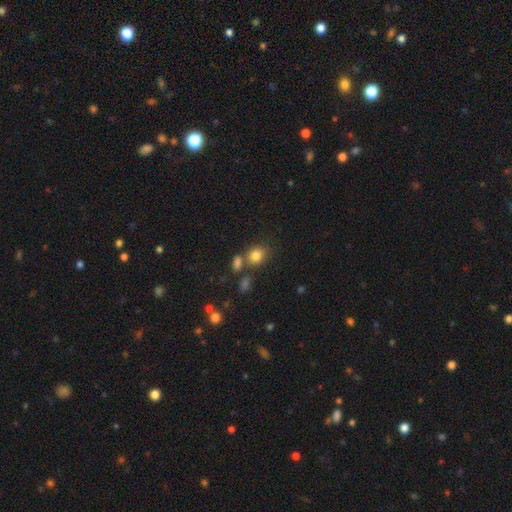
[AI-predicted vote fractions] Overall: smooth (81%). How rounded: round (60%; in between 39%). Merging: none (60%; merger 23%).